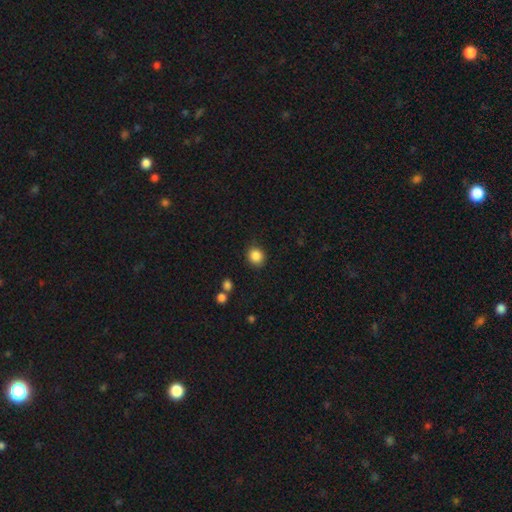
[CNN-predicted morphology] smooth-or-featured: smooth: 86% | star or artifact: 10% | featured or disk: 4%
  how-rounded: round: 82% | in between: 17% | cigar-shaped: 1%
  merging: none: 86% | minor disturbance: 9% | major disturbance: 3% | merger: 2%